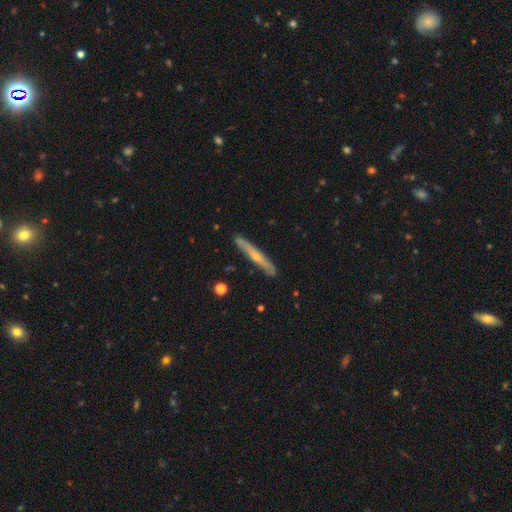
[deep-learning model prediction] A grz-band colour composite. It shows a featured or disk galaxy (59%) viewed edge-on (91%) with a rounded central bulge (66%). Merging: none (87%).